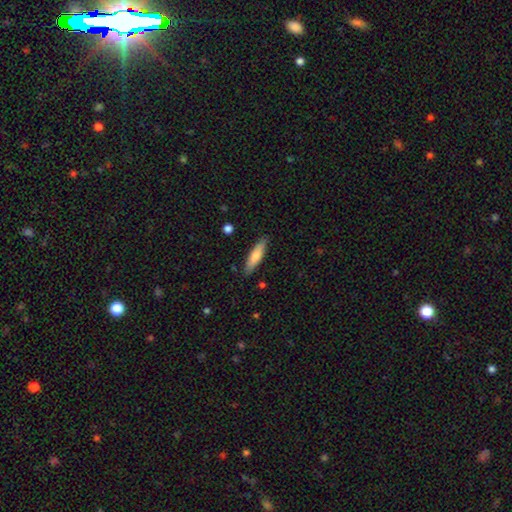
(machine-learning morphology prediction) This is likely a smooth galaxy (74%). How rounded: likely cigar-shaped (71%). Merging: clearly none (87%).